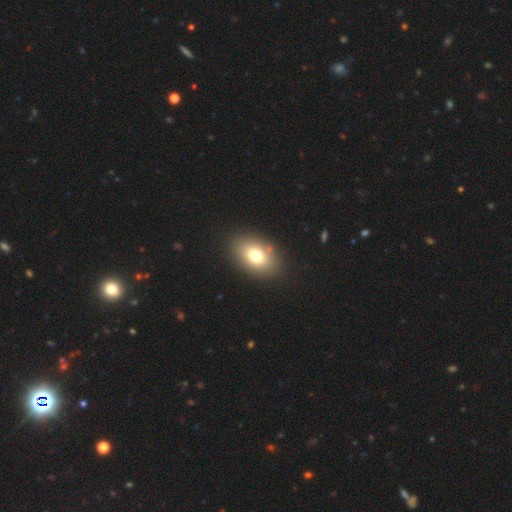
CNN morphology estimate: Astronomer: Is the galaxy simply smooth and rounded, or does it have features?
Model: smooth — 75%.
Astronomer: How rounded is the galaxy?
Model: in between — 81%.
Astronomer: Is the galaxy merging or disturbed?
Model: none — 86%.